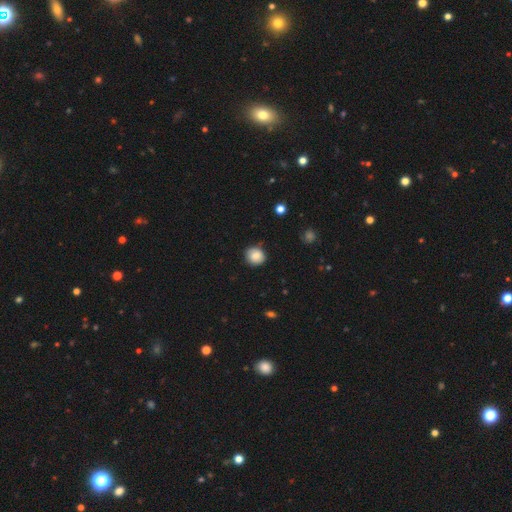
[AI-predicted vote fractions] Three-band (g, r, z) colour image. It shows a smooth galaxy with no disk features (84%) that is round (83%). Merging: none (83%).